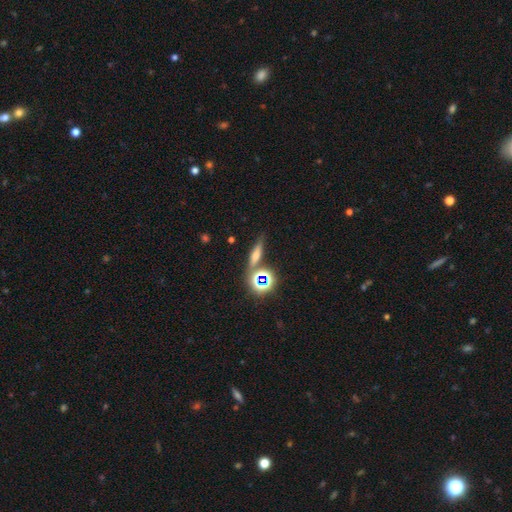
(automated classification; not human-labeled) Overall: smooth (52%; star or artifact 24%). How rounded: cigar-shaped (63%; in between 24%). Merging: none (70%).